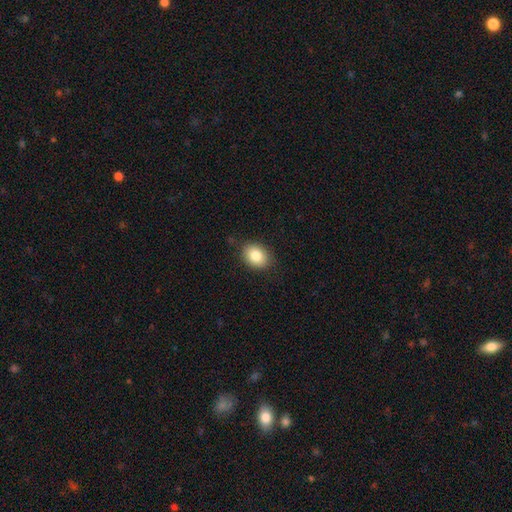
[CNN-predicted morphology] Q: Smooth or featured?
A: smooth (84%); runner-up: star or artifact (8%)
Q: How rounded?
A: in between (64%); runner-up: round (35%)
Q: Merging?
A: none (84%); runner-up: minor disturbance (12%)